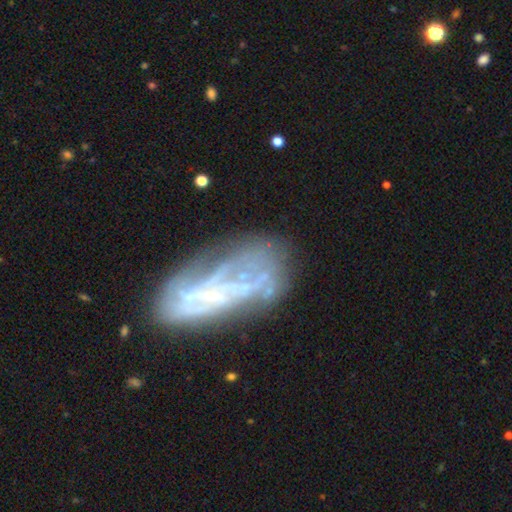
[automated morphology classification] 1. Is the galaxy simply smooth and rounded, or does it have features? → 66% featured or disk, 20% smooth, 15% star or artifact.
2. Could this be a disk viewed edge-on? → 90% no, 10% yes.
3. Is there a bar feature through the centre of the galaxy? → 60% no, 23% weak, 17% strong.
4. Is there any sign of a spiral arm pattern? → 61% no, 39% yes.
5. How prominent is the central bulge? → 56% none, 25% small, 14% moderate, 3% large, 2% dominant.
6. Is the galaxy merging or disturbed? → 41% none, 28% major disturbance, 21% minor disturbance, 10% merger.